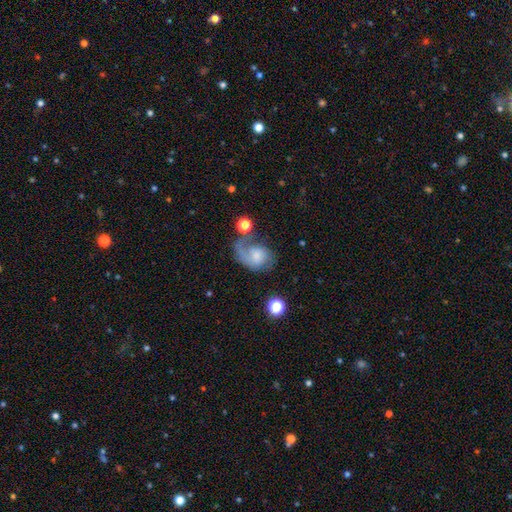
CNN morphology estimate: Smooth or featured?
  - featured or disk: 58% *
  - smooth: 33%
  - star or artifact: 9%
Edge-on disk?
  - no: 97% *
  - yes: 3%
Bar?
  - no: 63% *
  - weak: 32%
  - strong: 6%
Spiral arms?
  - yes: 86% *
  - no: 14%
Bulge size?
  - small: 29% *
  - none: 28%
  - moderate: 25%
  - large: 14%
  - dominant: 4%
Merging?
  - major disturbance: 36% *
  - none: 33%
  - minor disturbance: 21%
  - merger: 9%